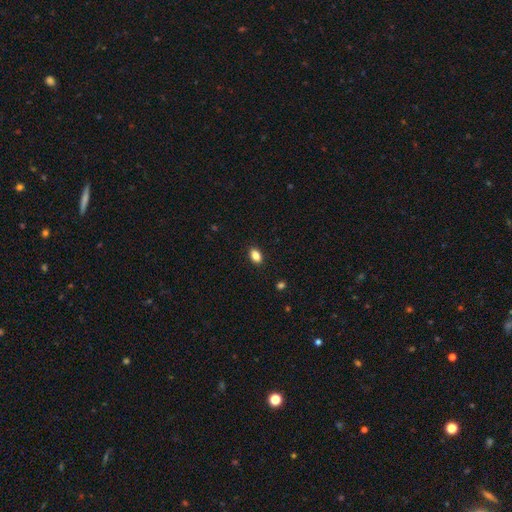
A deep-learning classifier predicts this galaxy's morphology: This appears to be a smooth galaxy with no disk features (85%) that is in between round and cigar-shaped (84%). Merging: none (90%).